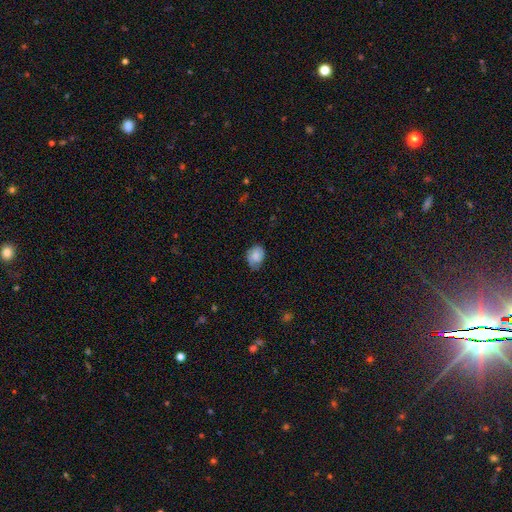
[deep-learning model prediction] Q: Smooth or featured?
A: smooth (76%); runner-up: featured or disk (17%)
Q: How rounded?
A: in between (60%); runner-up: round (39%)
Q: Merging?
A: none (61%); runner-up: minor disturbance (31%)